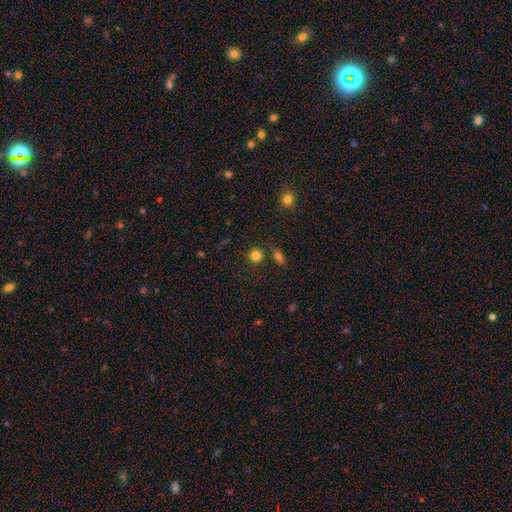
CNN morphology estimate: A smooth galaxy with no disk features (82%) that is round (89%). Merging: none (81%).